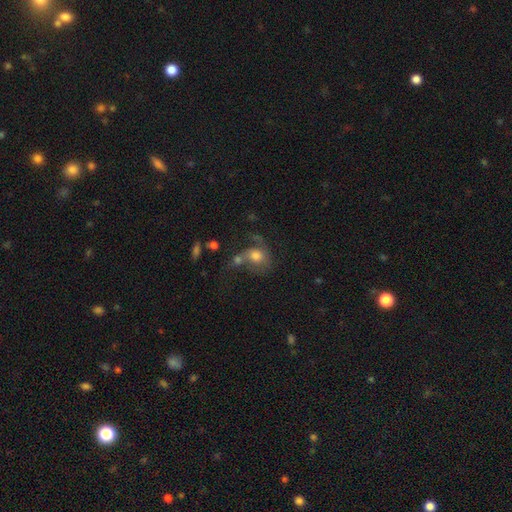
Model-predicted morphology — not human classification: smooth 57%, featured or disk 33%, star or artifact 11%. Down the decision tree: how rounded — round (58%); merging — merger (40%).